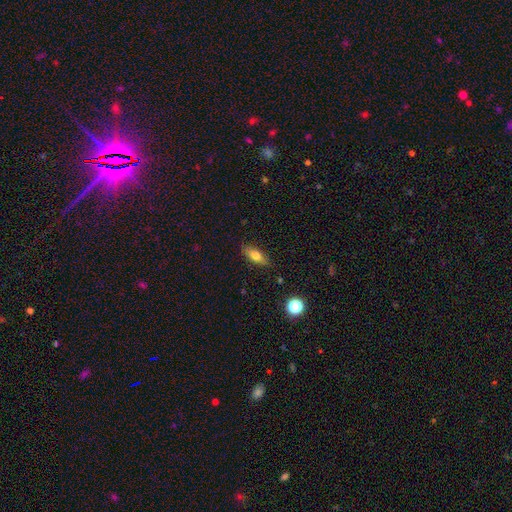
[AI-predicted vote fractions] This is likely a smooth galaxy (72%). How rounded: likely in between (70%). Merging: clearly none (84%).